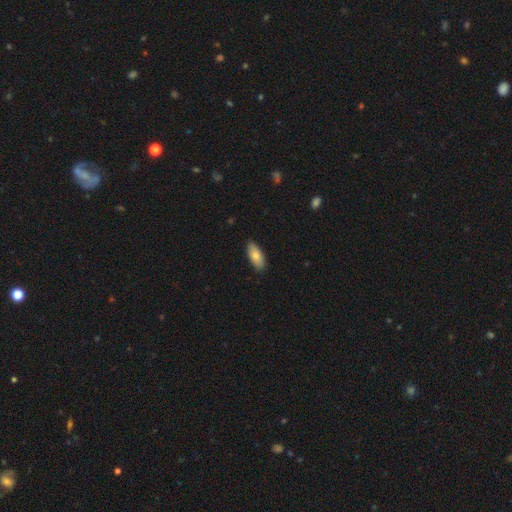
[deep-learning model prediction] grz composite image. It shows a smooth galaxy with no disk features (81%) that is in between round and cigar-shaped (87%). Merging: none (88%).